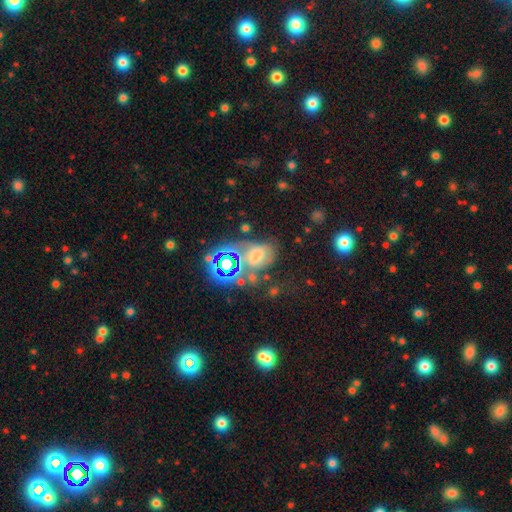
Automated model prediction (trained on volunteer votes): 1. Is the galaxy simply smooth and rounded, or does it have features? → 35% star or artifact, 33% featured or disk, 32% smooth.